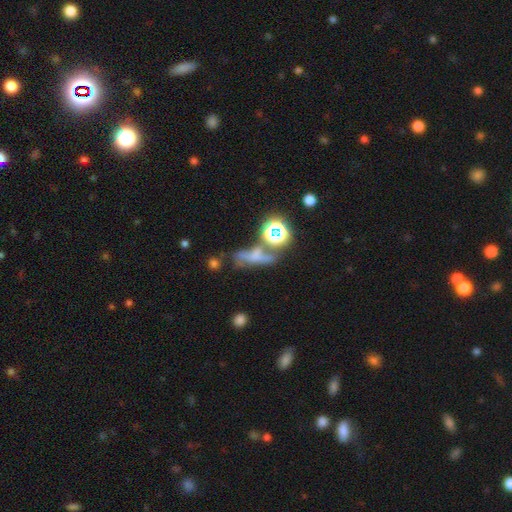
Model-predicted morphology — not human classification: Smooth or featured?
  - smooth: 45% *
  - star or artifact: 28%
  - featured or disk: 27%
Merging?
  - none: 39% *
  - merger: 23%
  - major disturbance: 20%
  - minor disturbance: 18%